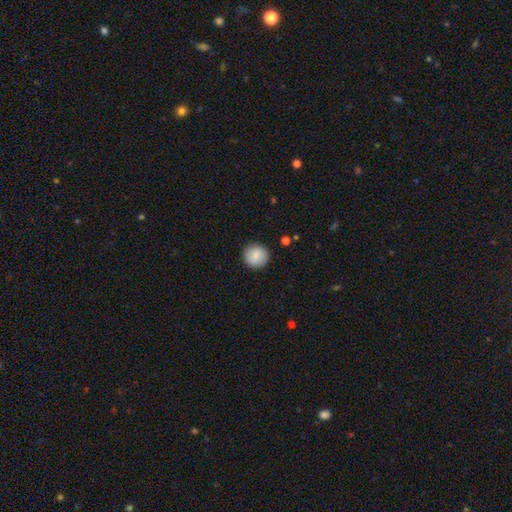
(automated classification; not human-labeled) Q: Smooth or featured?
A: smooth (85%); runner-up: featured or disk (8%)
Q: How rounded?
A: round (95%); runner-up: in between (4%)
Q: Merging?
A: none (91%); runner-up: minor disturbance (6%)